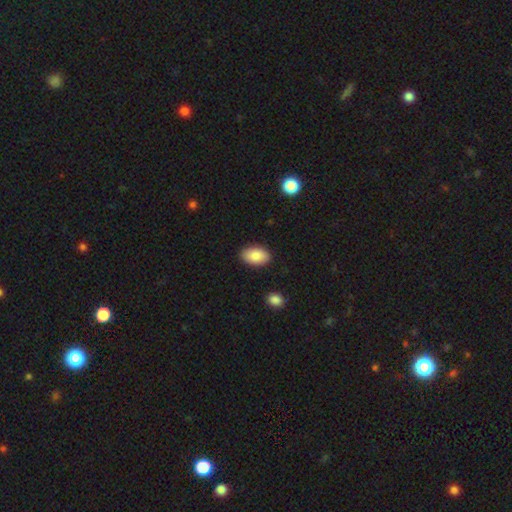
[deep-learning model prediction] smooth 86%, featured or disk 7%, star or artifact 6%. Down the decision tree: how rounded — in between (93%); merging — none (88%).